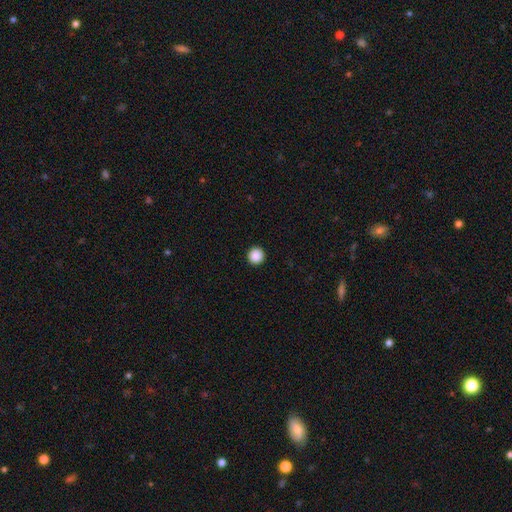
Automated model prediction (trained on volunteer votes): Q: Smooth or featured?
A: smooth (89%); runner-up: star or artifact (9%)
Q: How rounded?
A: round (96%); runner-up: in between (3%)
Q: Merging?
A: none (94%); runner-up: minor disturbance (4%)